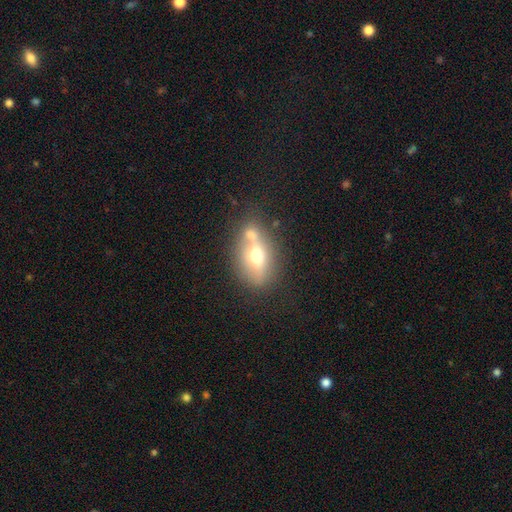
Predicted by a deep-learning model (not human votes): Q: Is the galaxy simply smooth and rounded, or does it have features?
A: smooth — 54%.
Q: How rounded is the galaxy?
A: in between — 72%.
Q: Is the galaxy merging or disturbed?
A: none — 45%.